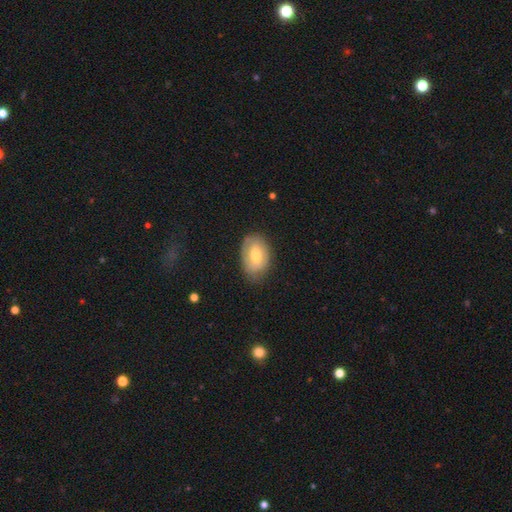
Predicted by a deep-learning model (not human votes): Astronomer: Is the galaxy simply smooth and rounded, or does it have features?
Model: smooth — 56% (runner-up: featured or disk, 37%).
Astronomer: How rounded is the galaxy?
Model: in between — 86%.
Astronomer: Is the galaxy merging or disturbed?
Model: none — 70%.